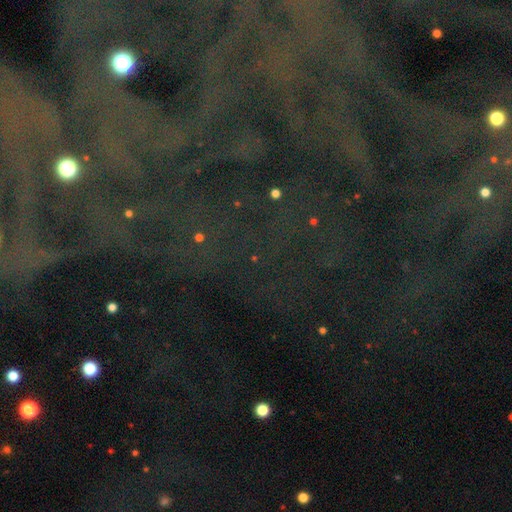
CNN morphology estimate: star or artifact 71%, featured or disk 19%, smooth 11%.